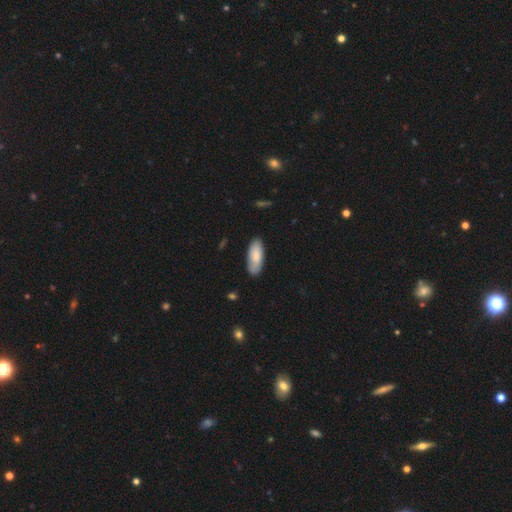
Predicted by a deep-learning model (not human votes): This is clearly a smooth galaxy (82%). How rounded: likely in between (80%). Merging: clearly none (82%).